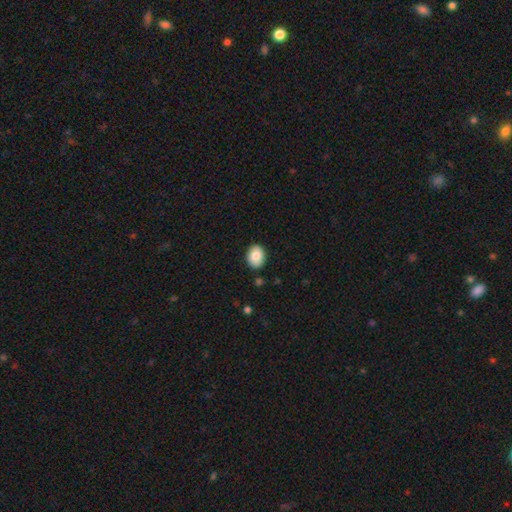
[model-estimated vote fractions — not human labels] Smooth or featured? Predicted: smooth (p=0.82). How rounded? Predicted: in between (p=0.63). Merging? Predicted: none (p=0.86).